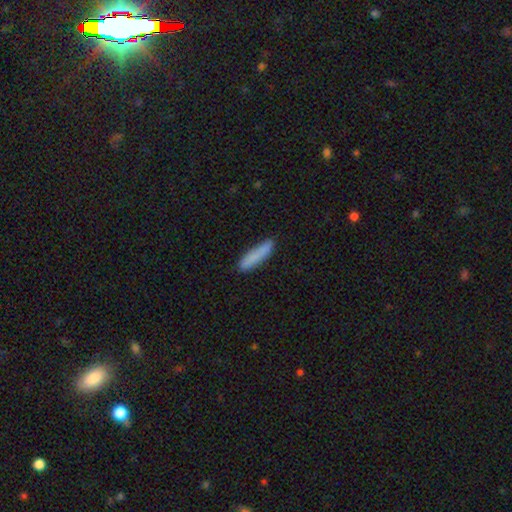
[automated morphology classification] type=smooth (84%); roundness=cigar-shaped (83%); merging=none (84%).